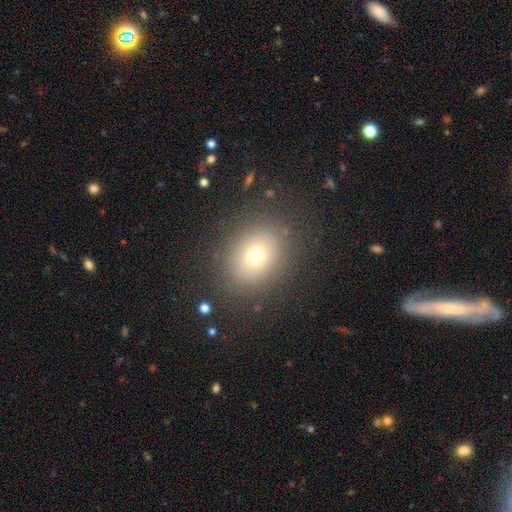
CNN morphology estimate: smooth_or_featured: smooth (p=0.70) [alt: star or artifact p=0.16]
how_rounded: round (p=0.59) [alt: in between p=0.40]
merging: none (p=0.84) [alt: minor disturbance p=0.09]